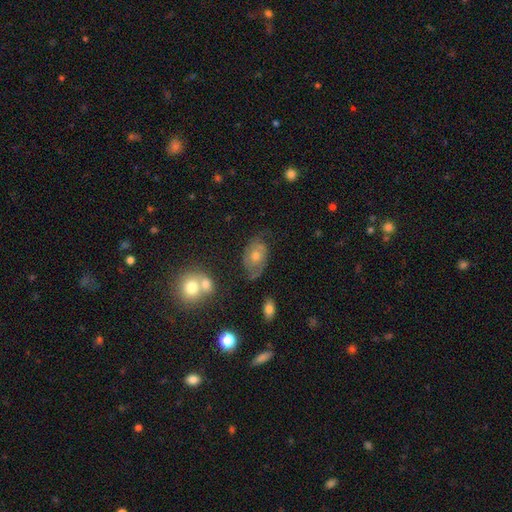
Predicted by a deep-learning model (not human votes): Q: Smooth or featured?
A: featured or disk (56%); runner-up: smooth (32%)
Q: Edge-on disk?
A: no (94%); runner-up: yes (6%)
Q: Bar?
A: no (81%); runner-up: weak (16%)
Q: Spiral arms?
A: yes (68%); runner-up: no (32%)
Q: Bulge size?
A: moderate (68%); runner-up: small (22%)
Q: Merging?
A: none (62%); runner-up: minor disturbance (23%)